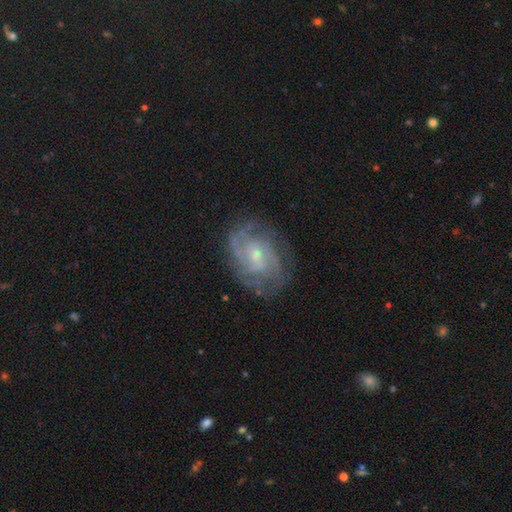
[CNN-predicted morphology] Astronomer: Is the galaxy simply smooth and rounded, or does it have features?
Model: featured or disk — 81%.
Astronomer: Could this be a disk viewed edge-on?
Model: no — 97%.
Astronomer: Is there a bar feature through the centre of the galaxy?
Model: no — 57% (runner-up: weak, 38%).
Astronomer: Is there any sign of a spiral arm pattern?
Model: yes — 91%.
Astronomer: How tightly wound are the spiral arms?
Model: tight — 52% (runner-up: medium, 37%).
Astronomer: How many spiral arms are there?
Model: can't tell — 37% (runner-up: 3, 20%).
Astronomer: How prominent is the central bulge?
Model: small — 59% (runner-up: moderate, 34%).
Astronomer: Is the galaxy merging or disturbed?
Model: none — 72%.